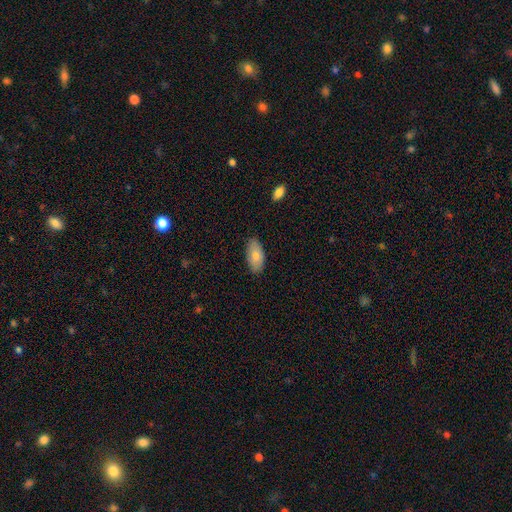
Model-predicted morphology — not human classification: smooth-or-featured: smooth: 76% | featured or disk: 17% | star or artifact: 6%
  how-rounded: in between: 93% | cigar-shaped: 4% | round: 3%
  merging: none: 84% | minor disturbance: 13% | major disturbance: 2% | merger: 1%